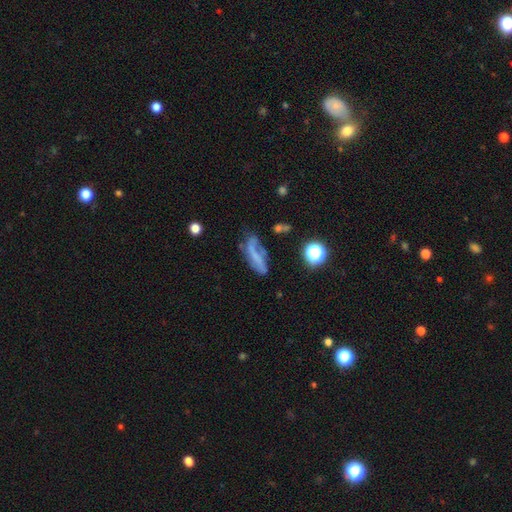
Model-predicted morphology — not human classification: type=featured or disk (44%); merging=none (40%).